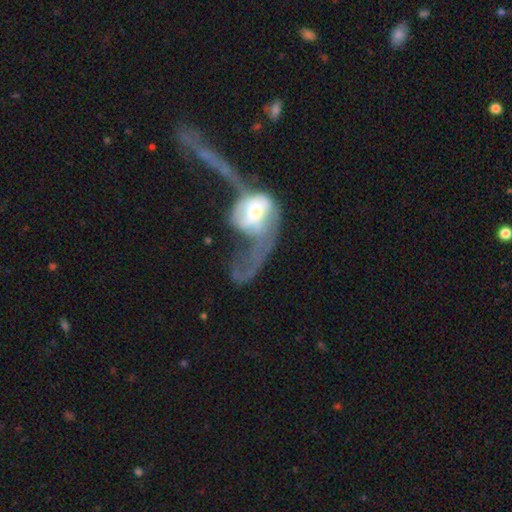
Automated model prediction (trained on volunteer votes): Smooth or featured: featured or disk — 65% (smooth — 23%)
Edge-on disk: no — 91% (yes — 9%)
Bar: no — 68% (weak — 23%)
Spiral arms: yes — 56% (no — 44%)
Bulge size: moderate — 50% (large — 24%)
Merging: major disturbance — 50% (merger — 32%)